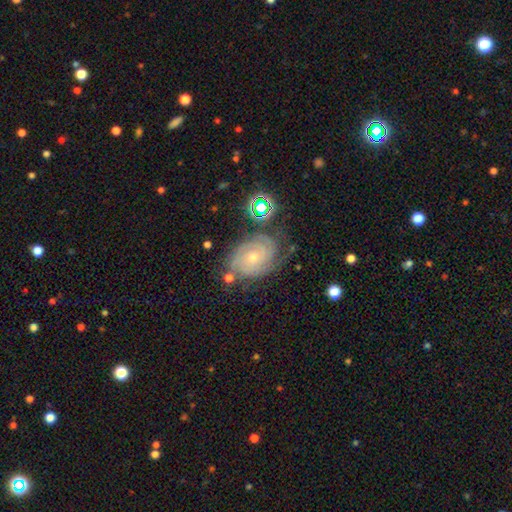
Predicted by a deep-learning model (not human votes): Q: Smooth or featured?
A: featured or disk (69%); runner-up: smooth (16%)
Q: Edge-on disk?
A: no (96%); runner-up: yes (4%)
Q: Bar?
A: no (75%); runner-up: weak (20%)
Q: Spiral arms?
A: yes (91%); runner-up: no (9%)
Q: Spiral winding?
A: tight (72%); runner-up: medium (22%)
Q: Spiral arm count?
A: can't tell (41%); runner-up: 2 (28%)
Q: Bulge size?
A: small (66%); runner-up: moderate (31%)
Q: Merging?
A: none (72%); runner-up: minor disturbance (17%)